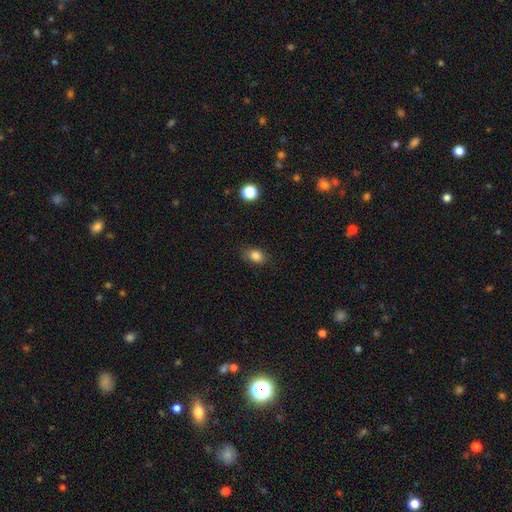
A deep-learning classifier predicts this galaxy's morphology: Smooth or featured?
  - smooth: 83% *
  - star or artifact: 10%
  - featured or disk: 6%
How rounded?
  - in between: 71% *
  - round: 27%
  - cigar-shaped: 2%
Merging?
  - none: 80% *
  - minor disturbance: 15%
  - major disturbance: 4%
  - merger: 1%